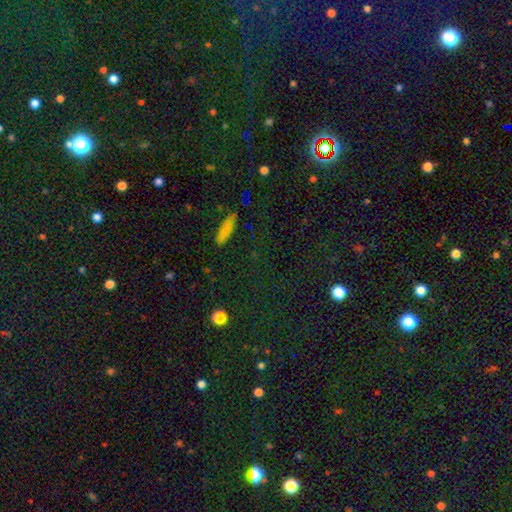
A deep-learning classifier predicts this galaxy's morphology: Smooth or featured: star or artifact — 62% (smooth — 25%)